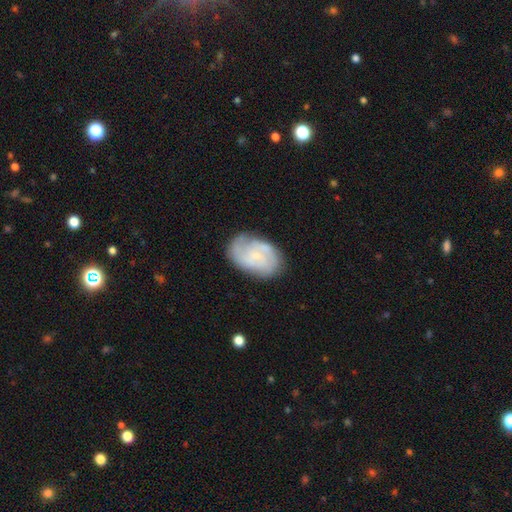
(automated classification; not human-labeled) smooth-or-featured: featured or disk: 66% | smooth: 27% | star or artifact: 7%
  disk-edge-on: no: 97% | yes: 3%
    bar: no: 66% | weak: 30% | strong: 4%
    has-spiral-arms: yes: 87% | no: 13%
      spiral-winding: tight: 48% | medium: 38% | loose: 13%
      spiral-arm-count: can't tell: 36% | 2: 35% | 3: 16% | 4: 5% | 1: 5% | more than 4: 4%
    bulge-size: small: 72% | moderate: 16% | none: 10% | large: 1% | dominant: 1%
  merging: none: 71% | minor disturbance: 21% | major disturbance: 6% | merger: 2%